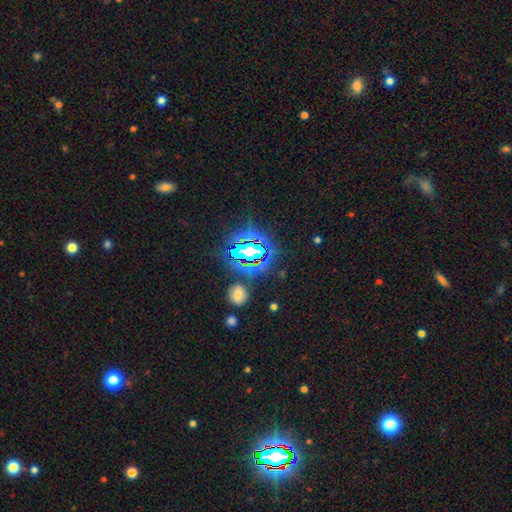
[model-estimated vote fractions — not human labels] smooth_or_featured: star or artifact (p=0.78) [alt: smooth p=0.14]